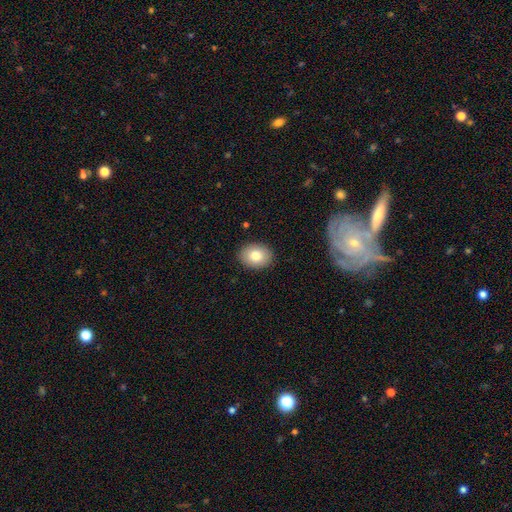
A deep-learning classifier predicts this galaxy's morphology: smooth-or-featured: smooth: 80% | featured or disk: 11% | star or artifact: 8%
  how-rounded: in between: 60% | round: 39% | cigar-shaped: 1%
  merging: none: 89% | minor disturbance: 8% | major disturbance: 2% | merger: 1%